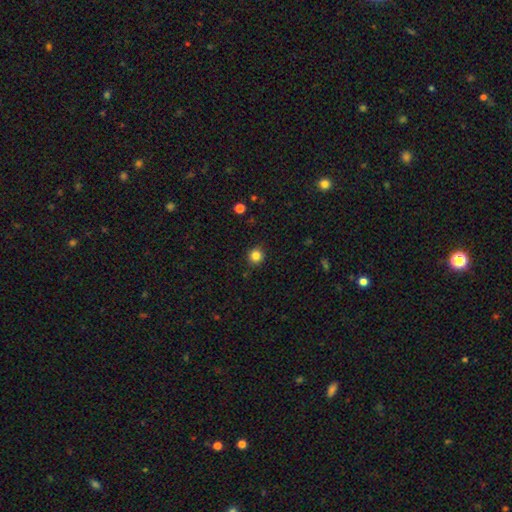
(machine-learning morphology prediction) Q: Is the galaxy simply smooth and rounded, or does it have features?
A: smooth — 84%.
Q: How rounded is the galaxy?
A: round — 92%.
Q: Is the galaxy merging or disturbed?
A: none — 90%.